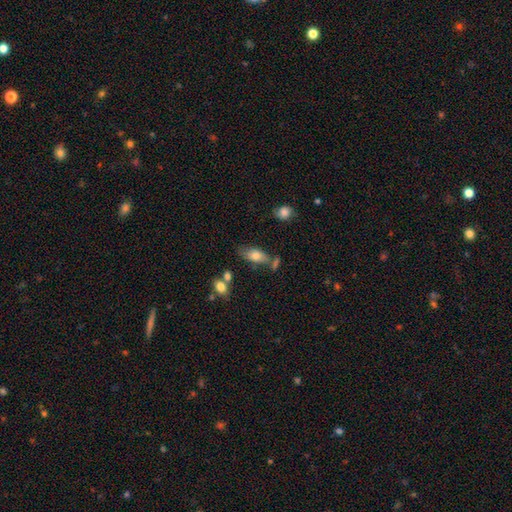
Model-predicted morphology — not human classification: type=smooth (74%); roundness=in between (88%); merging=none (57%).